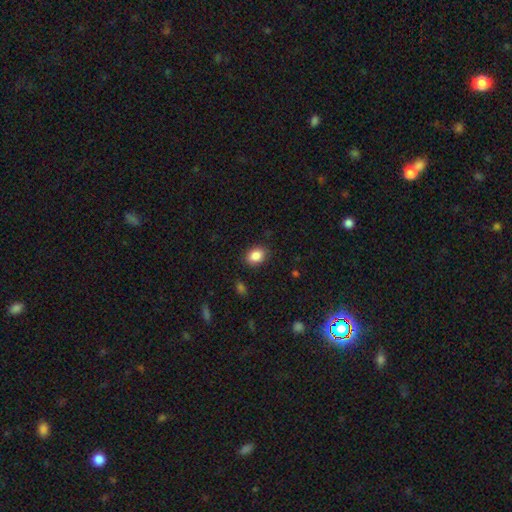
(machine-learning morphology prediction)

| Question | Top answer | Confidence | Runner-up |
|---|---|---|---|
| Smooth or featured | smooth | 86% | star or artifact (9%) |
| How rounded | in between | 71% | round (28%) |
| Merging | none | 86% | minor disturbance (10%) |